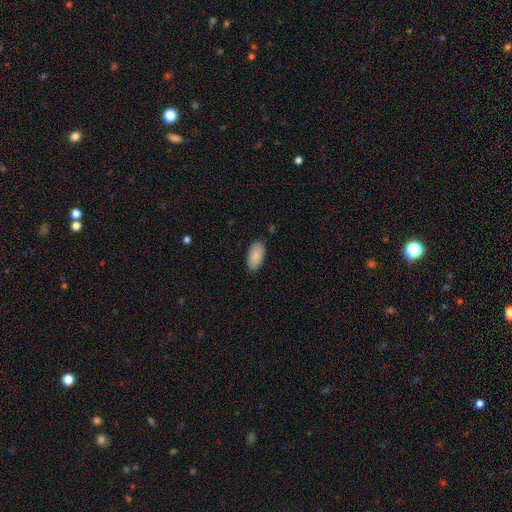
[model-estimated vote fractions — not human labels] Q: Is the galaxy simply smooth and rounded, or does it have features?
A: smooth — 89%.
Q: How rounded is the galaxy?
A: in between — 94%.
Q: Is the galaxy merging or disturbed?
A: none — 87%.